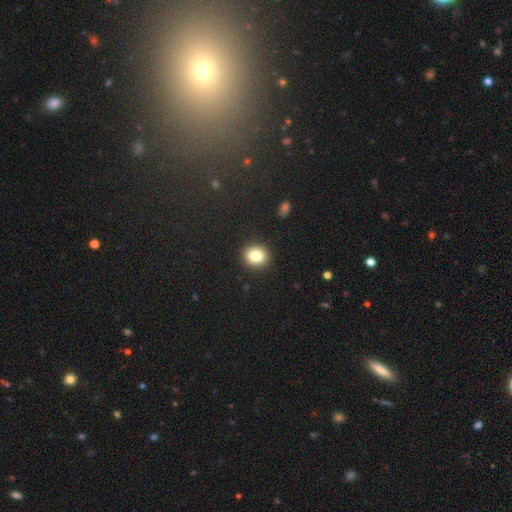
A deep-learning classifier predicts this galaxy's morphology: smooth_or_featured: smooth (p=0.82) [alt: star or artifact p=0.10]
how_rounded: round (p=0.70) [alt: in between p=0.29]
merging: none (p=0.91) [alt: minor disturbance p=0.06]